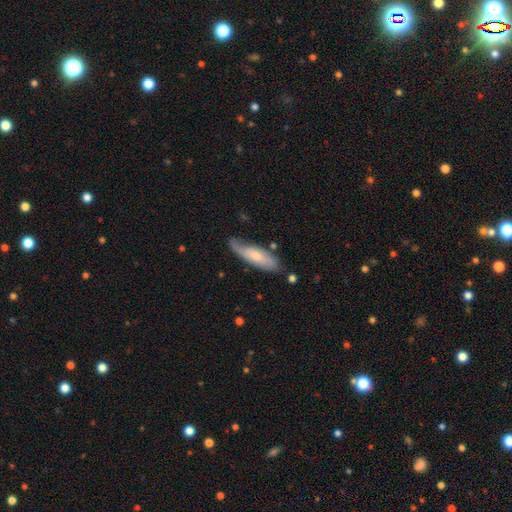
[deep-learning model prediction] Smooth or featured: smooth — 56% (featured or disk — 38%)
How rounded: cigar-shaped — 54% (in between — 44%)
Merging: none — 59% (minor disturbance — 28%)